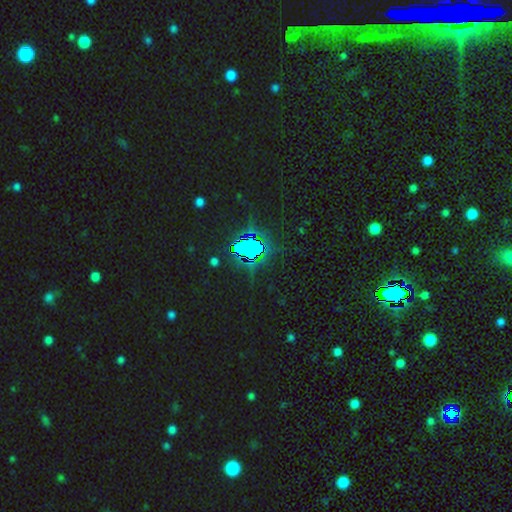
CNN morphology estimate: star or artifact 84%, smooth 10%, featured or disk 7%.